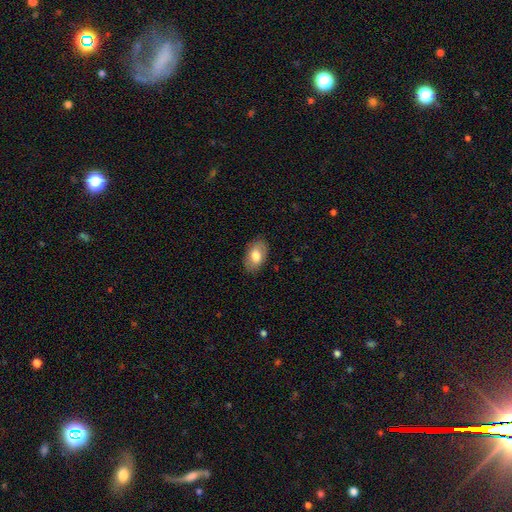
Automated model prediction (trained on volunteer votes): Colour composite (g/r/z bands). It shows a smooth galaxy with no disk features (75%) that is in between round and cigar-shaped (93%). Merging: none (85%).